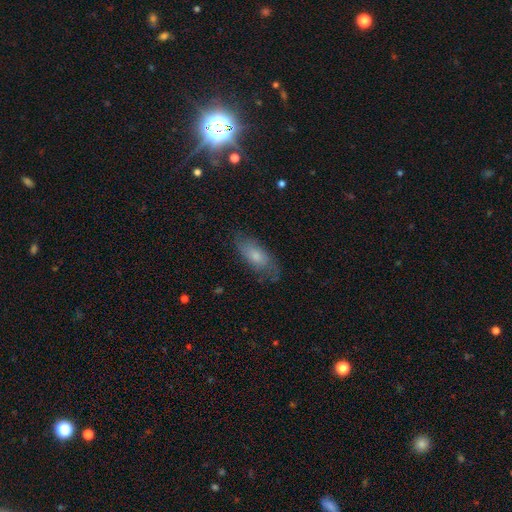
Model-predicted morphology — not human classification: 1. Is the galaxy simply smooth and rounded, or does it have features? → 65% smooth, 28% featured or disk, 8% star or artifact.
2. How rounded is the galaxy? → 76% in between, 21% cigar-shaped, 3% round.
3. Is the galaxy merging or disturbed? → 71% none, 21% minor disturbance, 6% major disturbance, 1% merger.